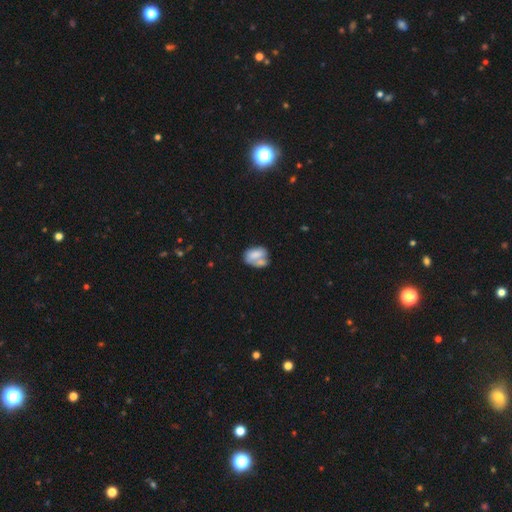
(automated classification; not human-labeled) Q: Smooth or featured?
A: smooth (68%); runner-up: featured or disk (24%)
Q: How rounded?
A: in between (77%); runner-up: round (21%)
Q: Merging?
A: merger (41%); runner-up: none (29%)